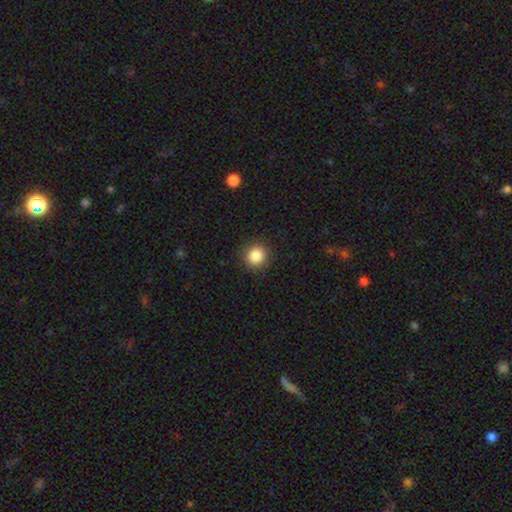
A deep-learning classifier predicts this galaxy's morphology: Smooth or featured? Predicted: smooth (p=0.86). How rounded? Predicted: round (p=0.92). Merging? Predicted: none (p=0.90).